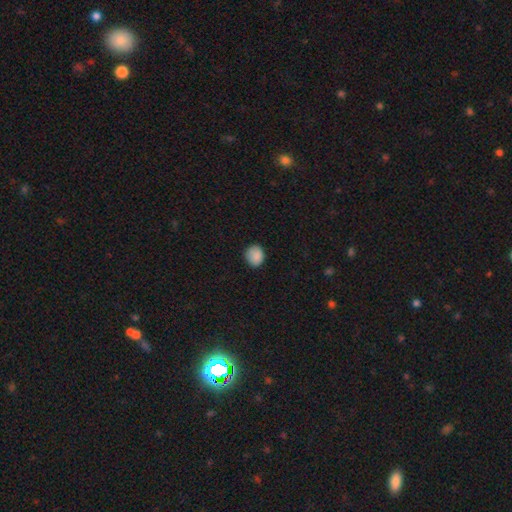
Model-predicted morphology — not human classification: The model was most divided on "how rounded": round: 71%, in between: 29%, cigar-shaped: 1%. More confident: smooth or featured — smooth (88%); merging — none (84%).